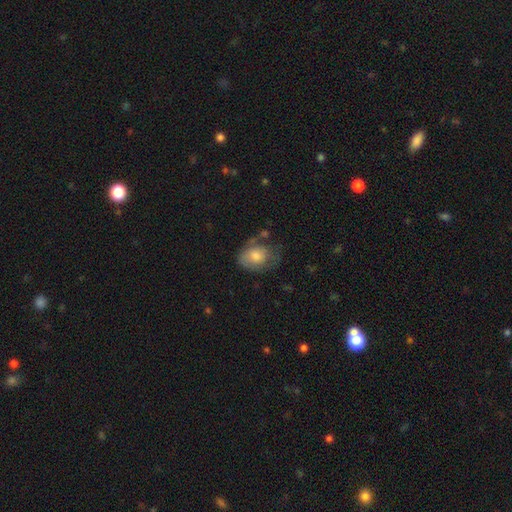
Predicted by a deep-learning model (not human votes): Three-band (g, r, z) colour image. It shows a smooth galaxy with no disk features (68%) that is in between round and cigar-shaped (69%). Merging: none (43%).